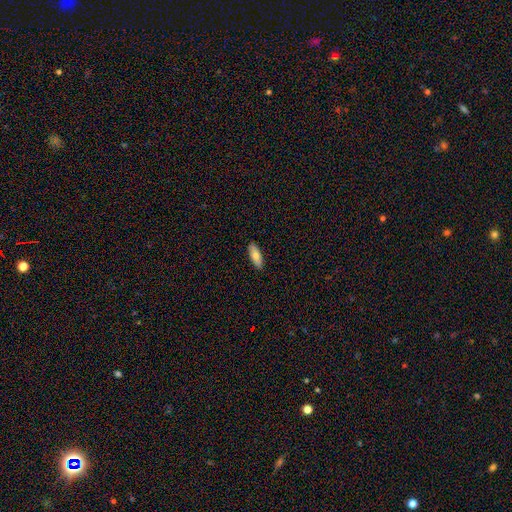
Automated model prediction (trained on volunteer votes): Q: Smooth or featured?
A: smooth (76%); runner-up: featured or disk (18%)
Q: How rounded?
A: in between (70%); runner-up: cigar-shaped (28%)
Q: Merging?
A: none (89%); runner-up: minor disturbance (8%)